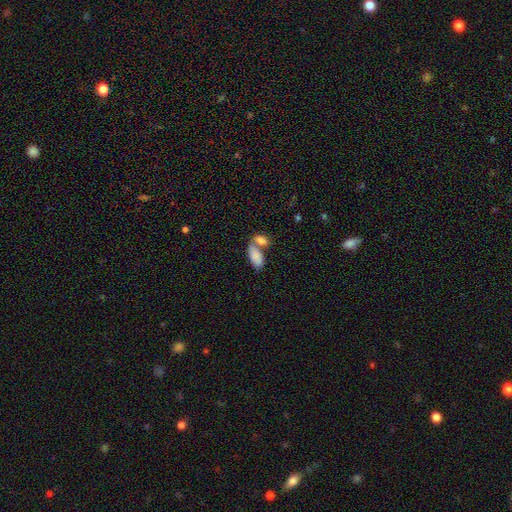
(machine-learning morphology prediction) Q: Smooth or featured?
A: smooth (83%); runner-up: featured or disk (10%)
Q: How rounded?
A: in between (92%); runner-up: cigar-shaped (5%)
Q: Merging?
A: merger (56%); runner-up: none (29%)